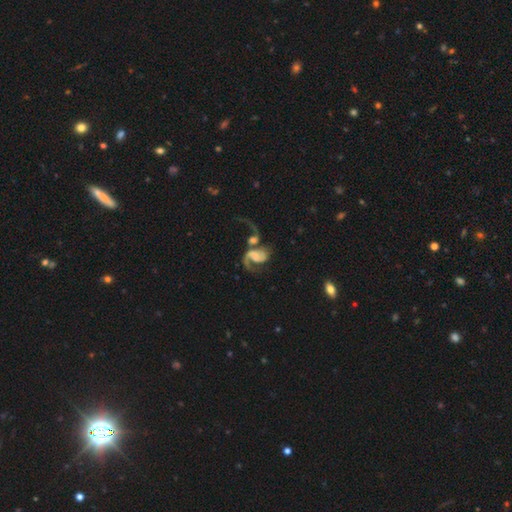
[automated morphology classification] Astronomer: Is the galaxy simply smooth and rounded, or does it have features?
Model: featured or disk — 79%.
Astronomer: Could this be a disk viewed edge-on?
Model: no — 98%.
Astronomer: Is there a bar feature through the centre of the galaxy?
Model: no — 57%.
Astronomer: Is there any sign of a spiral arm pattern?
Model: yes — 92%.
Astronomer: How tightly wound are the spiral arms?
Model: loose — 57% (runner-up: medium, 32%).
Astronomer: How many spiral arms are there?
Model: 2 — 65%.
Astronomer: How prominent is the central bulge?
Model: none — 46% (runner-up: small, 23%).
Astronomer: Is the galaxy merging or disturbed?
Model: merger — 46% (runner-up: major disturbance, 23%).